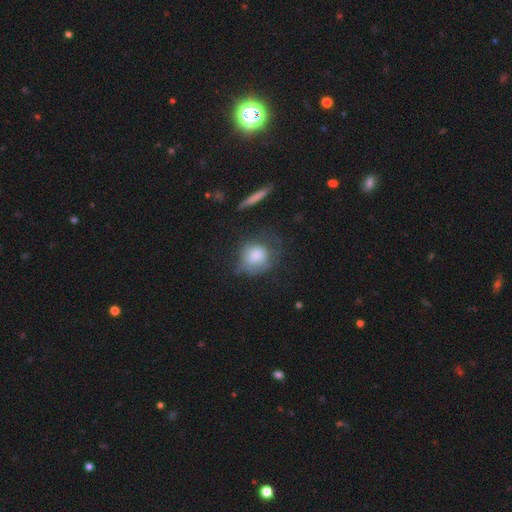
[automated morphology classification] A smooth galaxy with no disk features (72%) that is round (77%).

Vote fractions:
- Smooth or featured? smooth: 72% / featured or disk: 20% / star or artifact: 8%
- How rounded? round: 77% / in between: 21% / cigar-shaped: 2%
- Merging? none: 44% / minor disturbance: 29% / major disturbance: 23% / merger: 3%